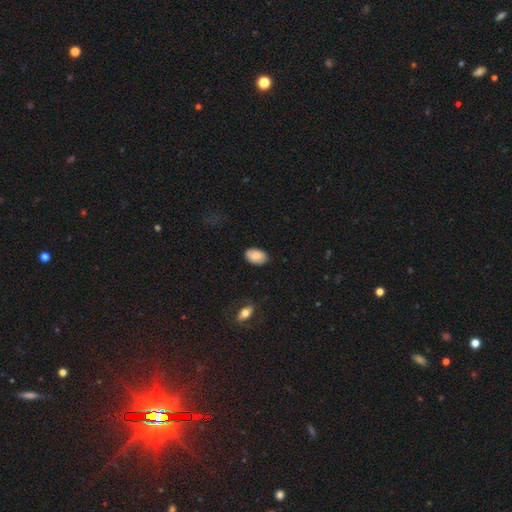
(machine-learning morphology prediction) The model was most divided on "merging": none: 85%, minor disturbance: 12%, major disturbance: 2%, merger: 1%. More confident: how rounded — in between (91%); smooth or featured — smooth (83%).